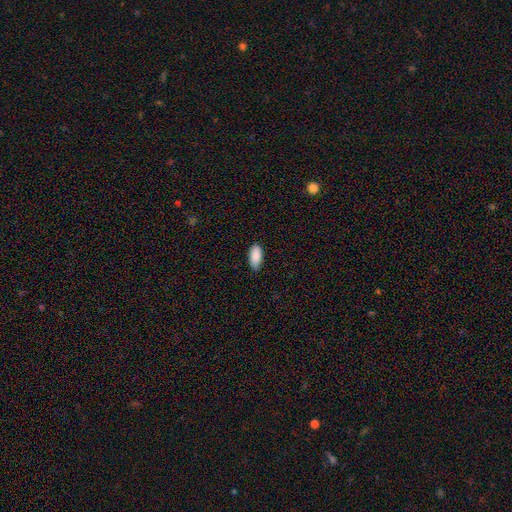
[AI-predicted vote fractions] Smooth or featured: smooth — 89% (star or artifact — 6%)
How rounded: in between — 90% (cigar-shaped — 8%)
Merging: none — 82% (minor disturbance — 15%)